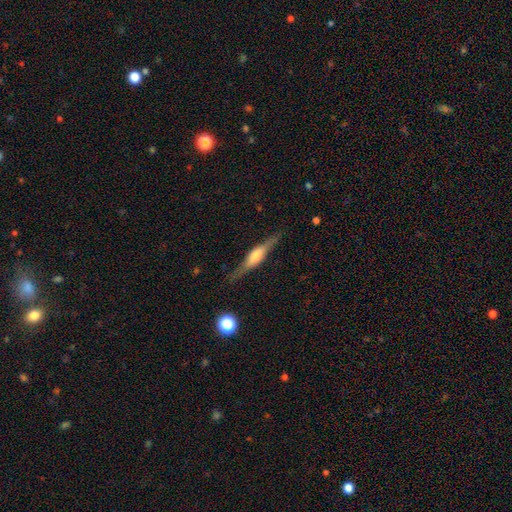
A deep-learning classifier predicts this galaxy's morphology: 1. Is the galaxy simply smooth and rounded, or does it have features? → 71% featured or disk, 23% smooth, 6% star or artifact.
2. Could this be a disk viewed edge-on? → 96% yes, 4% no.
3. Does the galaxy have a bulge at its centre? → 74% rounded, 21% boxy, 5% none.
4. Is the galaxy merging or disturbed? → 84% none, 12% minor disturbance, 3% major disturbance, 1% merger.